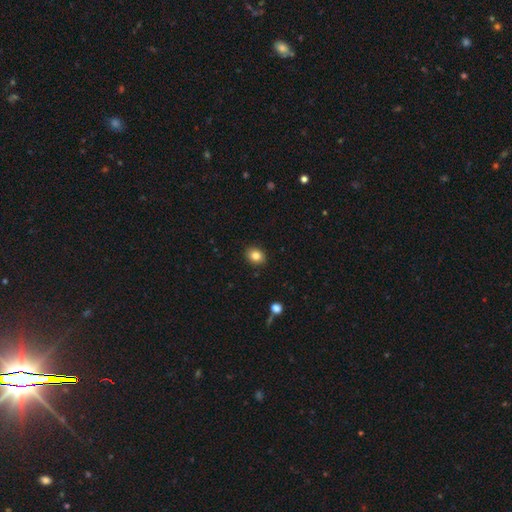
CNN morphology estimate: Overall: smooth (84%). How rounded: round (52%; in between 47%). Merging: none (89%).